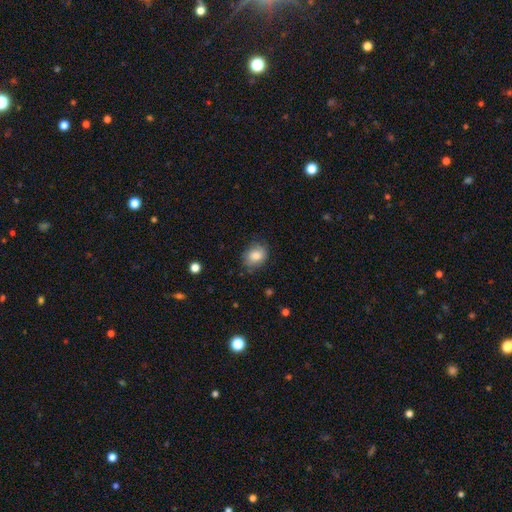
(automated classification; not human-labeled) smooth_or_featured: smooth (p=0.84) [alt: star or artifact p=0.08]
how_rounded: in between (p=0.51) [alt: round p=0.48]
merging: none (p=0.77) [alt: minor disturbance p=0.17]